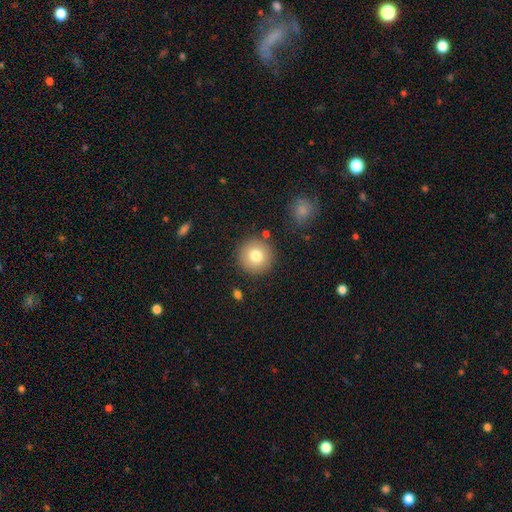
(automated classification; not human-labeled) This is likely a smooth galaxy (78%). How rounded: clearly round (95%). Merging: clearly none (87%).